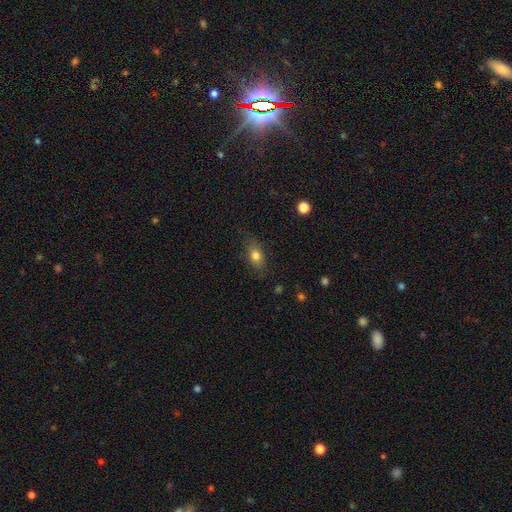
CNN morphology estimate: A smooth galaxy with no disk features (78%) that is in between round and cigar-shaped (75%). Merging: none (76%).